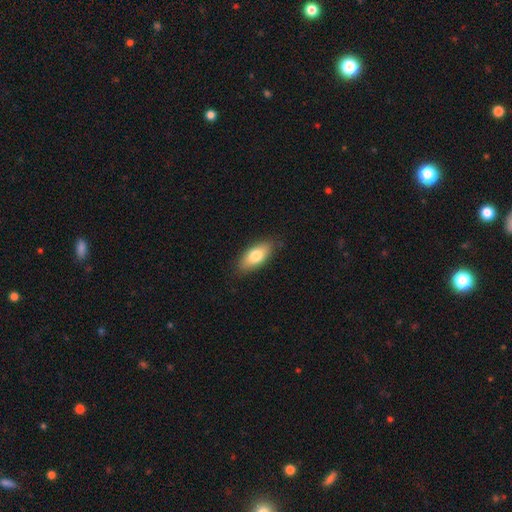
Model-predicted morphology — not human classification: Smooth or featured? smooth (77%)
How rounded? in between (84%)
Merging? none (85%)